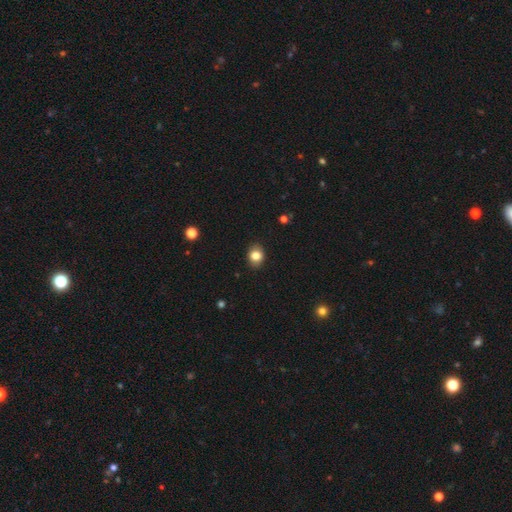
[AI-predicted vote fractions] This appears to be a smooth galaxy with no disk features (82%) that is round (53%). Merging: none (88%).